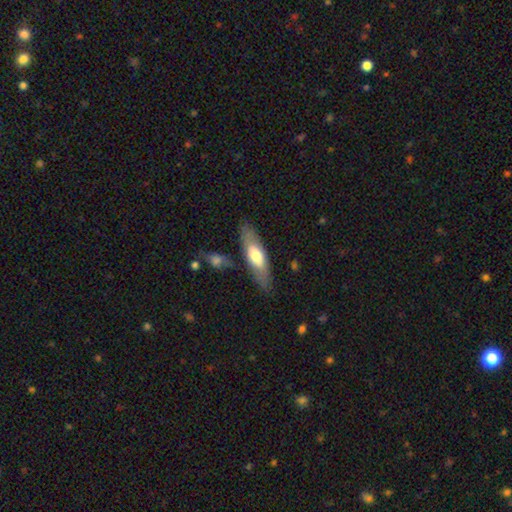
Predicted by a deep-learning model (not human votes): Smooth or featured: smooth — 57% (featured or disk — 38%)
How rounded: cigar-shaped — 49% (tied with in between — 49%)
Merging: none — 78% (minor disturbance — 14%)